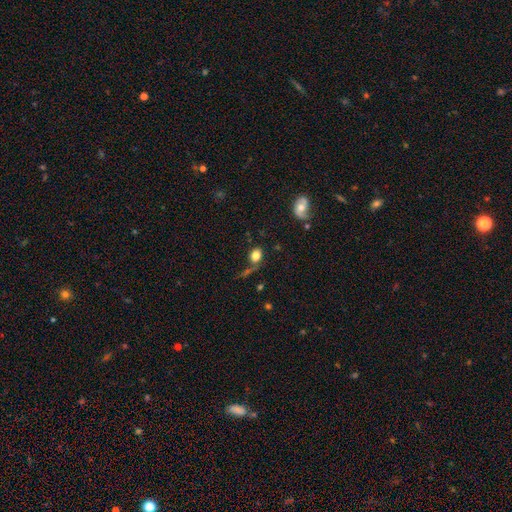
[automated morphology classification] A smooth galaxy with no disk features (79%) that is in between round and cigar-shaped (52%). Merging: none (55%).